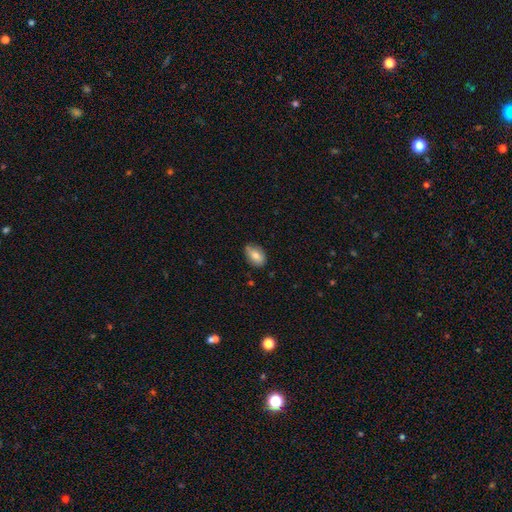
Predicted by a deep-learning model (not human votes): Morphology: type=smooth (78%); roundness=in between (89%); merging=none (75%).